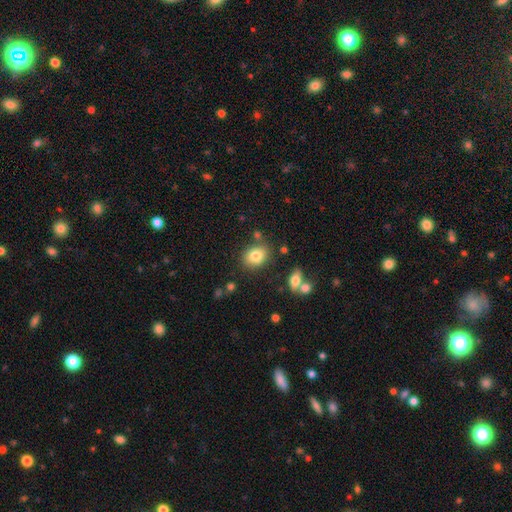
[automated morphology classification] The model was most divided on "how rounded": in between: 63%, round: 36%, cigar-shaped: 1%. More confident: smooth or featured — smooth (81%); merging — none (77%).